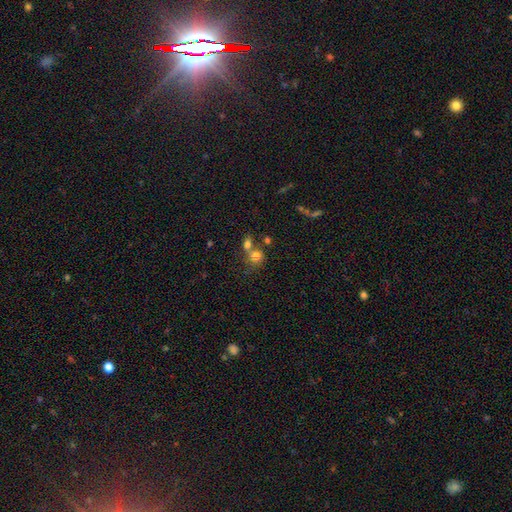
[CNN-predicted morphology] smooth 76%, star or artifact 12%, featured or disk 12%. Down the decision tree: how rounded — round (78%); merging — merger (50%).